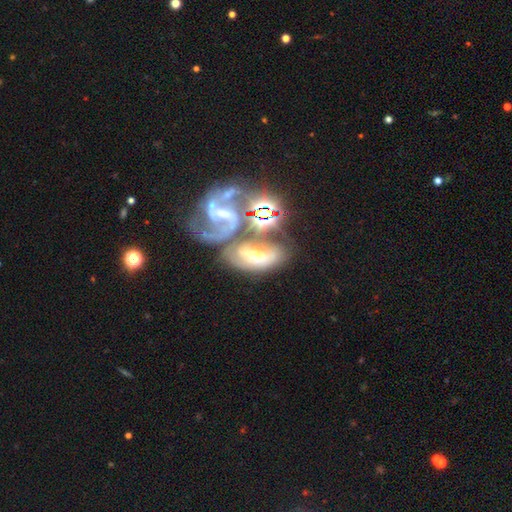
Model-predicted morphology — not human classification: Smooth or featured?
  - featured or disk: 70% *
  - smooth: 17%
  - star or artifact: 12%
Edge-on disk?
  - no: 93% *
  - yes: 7%
Bar?
  - strong: 39% *
  - weak: 35%
  - no: 26%
Spiral arms?
  - yes: 86% *
  - no: 14%
Spiral winding?
  - medium: 49% *
  - tight: 26%
  - loose: 26%
Spiral arm count?
  - 2: 75% *
  - can't tell: 13%
  - 3: 5%
  - 1: 4%
  - 4: 2%
  - more than 4: 2%
Bulge size?
  - moderate: 45% *
  - small: 43%
  - large: 6%
  - none: 4%
  - dominant: 2%
Merging?
  - merger: 45% *
  - none: 29%
  - minor disturbance: 14%
  - major disturbance: 12%